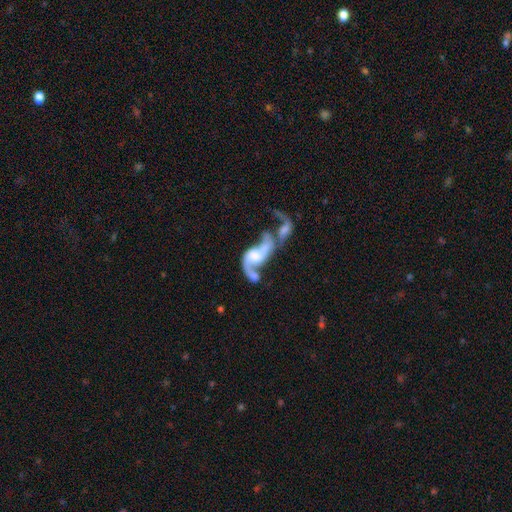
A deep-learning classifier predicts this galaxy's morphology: The model was most divided on "bar": no: 46%, weak: 39%, strong: 15%. Remaining: edge-on disk — no (96%); spiral arms — yes (92%); spiral arm count — 2 (84%); smooth or featured — featured or disk (84%); spiral winding — loose (74%); merging — merger (62%); bulge size — moderate (36%).